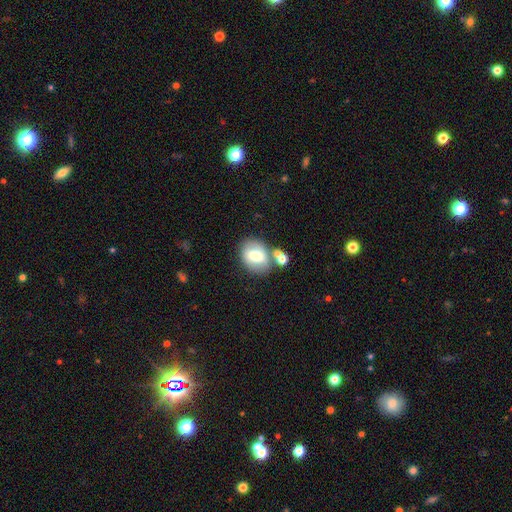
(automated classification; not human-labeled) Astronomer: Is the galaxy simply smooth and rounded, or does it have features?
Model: smooth — 64%.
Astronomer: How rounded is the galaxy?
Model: in between — 57% (runner-up: round, 42%).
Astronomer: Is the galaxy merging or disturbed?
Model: none — 60%.